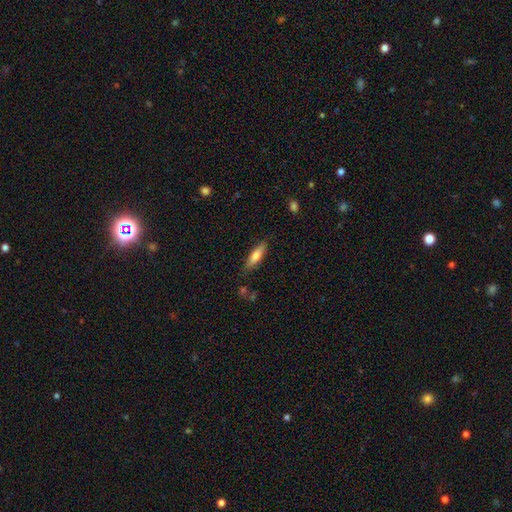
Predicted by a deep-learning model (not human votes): Smooth or featured? smooth (68%)
How rounded? cigar-shaped (65%)
Merging? none (82%)